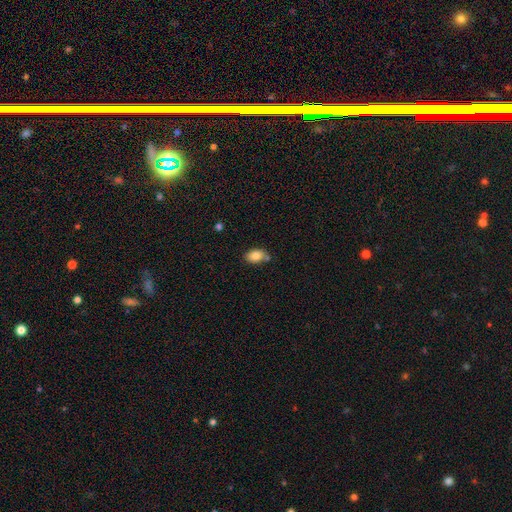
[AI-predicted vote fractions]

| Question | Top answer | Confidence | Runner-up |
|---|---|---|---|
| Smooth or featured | smooth | 85% | star or artifact (8%) |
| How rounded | in between | 88% | round (11%) |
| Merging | none | 66% | minor disturbance (18%) |